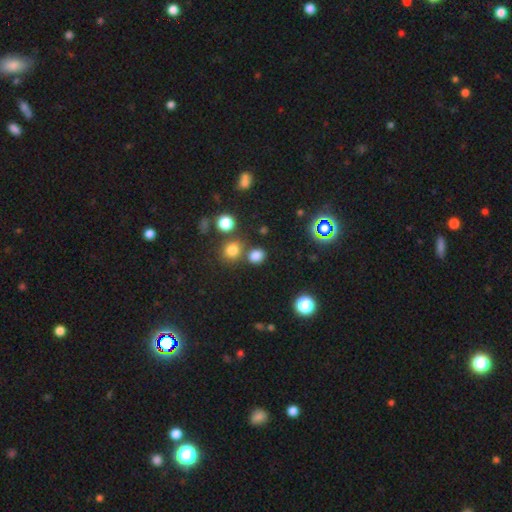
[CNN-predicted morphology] Smooth or featured: smooth — 76% (star or artifact — 19%)
How rounded: round — 70% (in between — 29%)
Merging: none — 72% (merger — 15%)